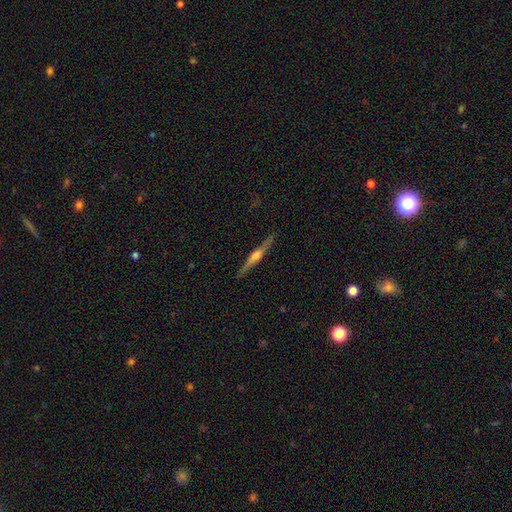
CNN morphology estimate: Smooth or featured?
  - featured or disk: 77% *
  - smooth: 17%
  - star or artifact: 6%
Edge-on disk?
  - yes: 98% *
  - no: 2%
Edge-on bulge?
  - rounded: 80% *
  - boxy: 13%
  - none: 6%
Merging?
  - none: 90% *
  - minor disturbance: 8%
  - major disturbance: 2%
  - merger: 1%